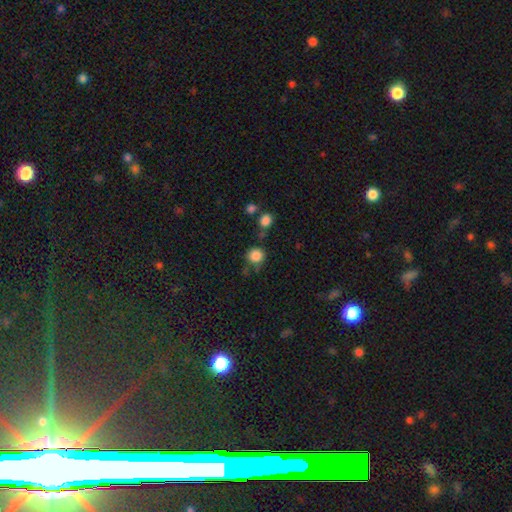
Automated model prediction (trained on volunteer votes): smooth_or_featured: smooth (p=0.85) [alt: star or artifact p=0.10]
how_rounded: round (p=0.87) [alt: in between p=0.12]
merging: none (p=0.72) [alt: minor disturbance p=0.15]